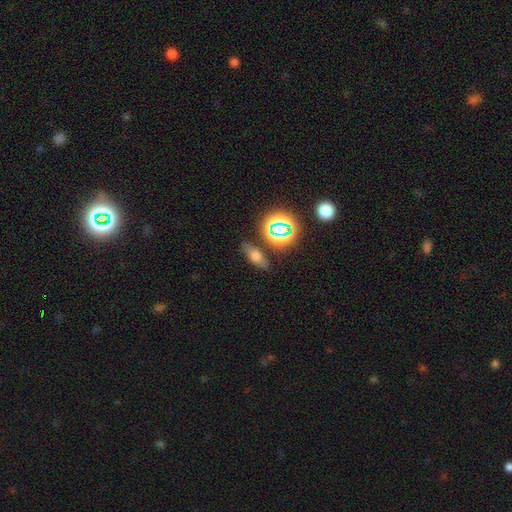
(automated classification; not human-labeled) smooth 58%, star or artifact 22%, featured or disk 21%. Down the decision tree: how rounded — in between (62%); merging — none (80%).